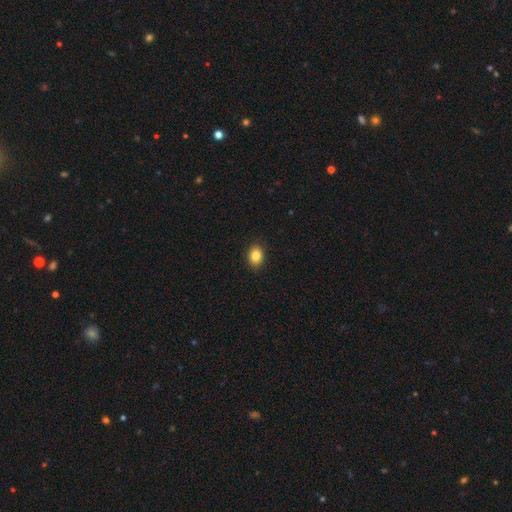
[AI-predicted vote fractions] A smooth galaxy with no disk features (85%) that is in between round and cigar-shaped (61%).

Vote fractions:
- Smooth or featured? smooth: 85% / star or artifact: 9% / featured or disk: 6%
- How rounded? in between: 61% / round: 38% / cigar-shaped: 1%
- Merging? none: 90% / minor disturbance: 7% / major disturbance: 2% / merger: 1%